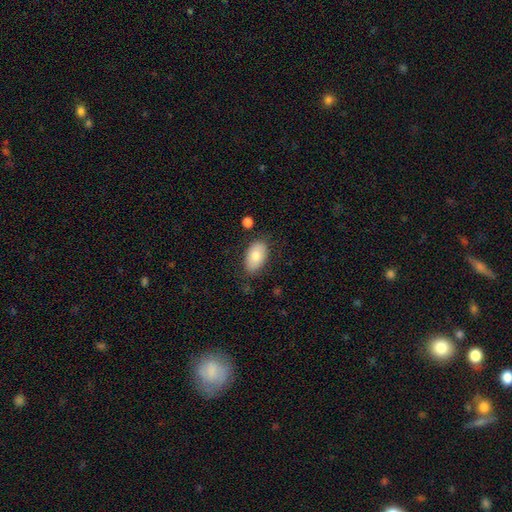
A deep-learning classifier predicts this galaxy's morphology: Q: Smooth or featured?
A: smooth (80%); runner-up: featured or disk (14%)
Q: How rounded?
A: in between (94%); runner-up: round (5%)
Q: Merging?
A: none (78%); runner-up: minor disturbance (15%)